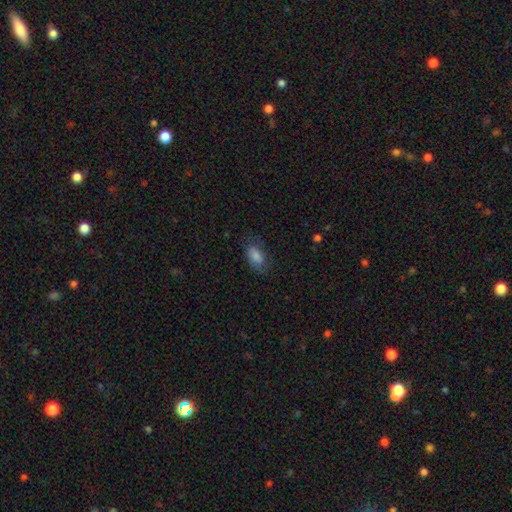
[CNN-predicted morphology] This appears to be a smooth galaxy with no disk features (71%) that is in between round and cigar-shaped (89%). Merging: none (72%).